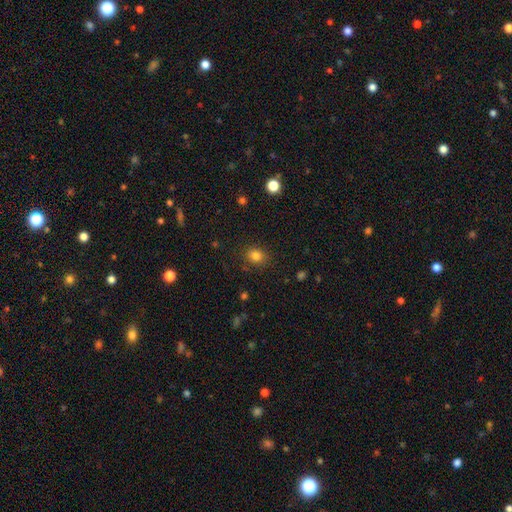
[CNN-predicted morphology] A smooth galaxy with no disk features (82%) that is round (60%).

Vote fractions:
- Smooth or featured? smooth: 82% / star or artifact: 13% / featured or disk: 6%
- How rounded? round: 60% / in between: 39% / cigar-shaped: 1%
- Merging? none: 84% / minor disturbance: 11% / major disturbance: 3% / merger: 1%